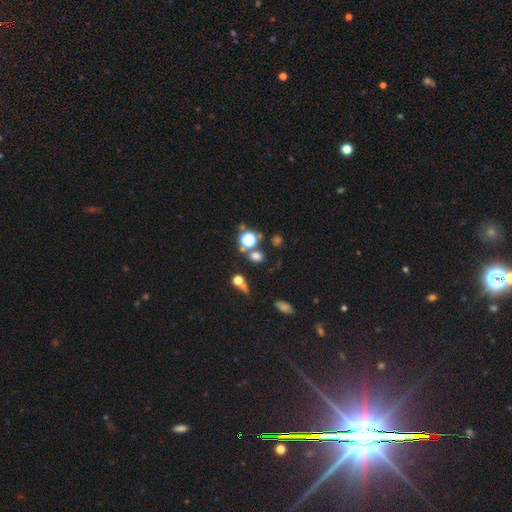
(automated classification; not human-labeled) smooth 62%, star or artifact 29%, featured or disk 9%. Down the decision tree: how rounded — round (60%); merging — none (68%).